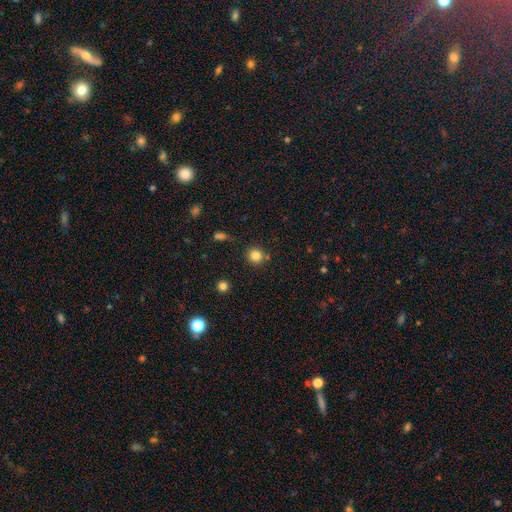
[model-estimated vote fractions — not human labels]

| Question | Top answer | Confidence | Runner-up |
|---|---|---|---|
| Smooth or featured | smooth | 82% | star or artifact (12%) |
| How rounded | round | 89% | in between (10%) |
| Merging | none | 82% | minor disturbance (9%) |